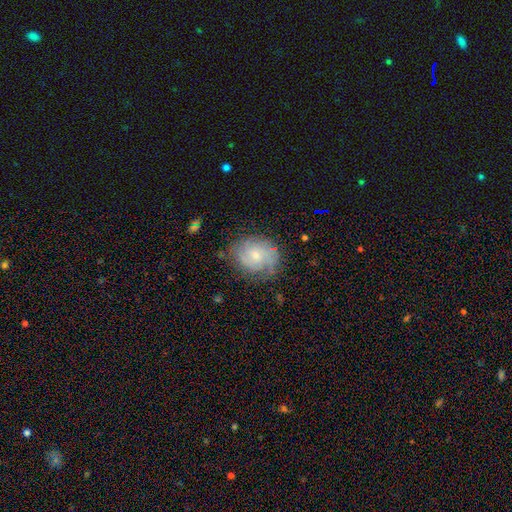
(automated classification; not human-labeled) The model was most divided on "spiral arm count": can't tell: 40%, 2: 32%, 3: 13%, 1: 6%, 4: 5%, more than 4: 4%. More confident: edge-on disk — no (98%); spiral arms — yes (87%); bar — no (72%); merging — none (69%); smooth or featured — featured or disk (65%); bulge size — small (61%); spiral winding — tight (56%).